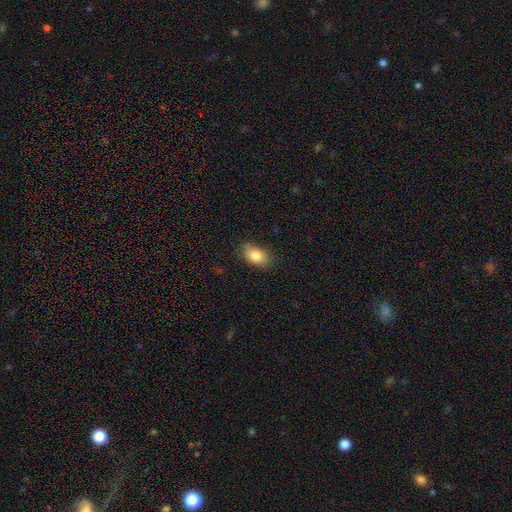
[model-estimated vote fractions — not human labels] This appears to be a smooth galaxy with no disk features (84%) that is in between round and cigar-shaped (87%). Merging: none (80%).